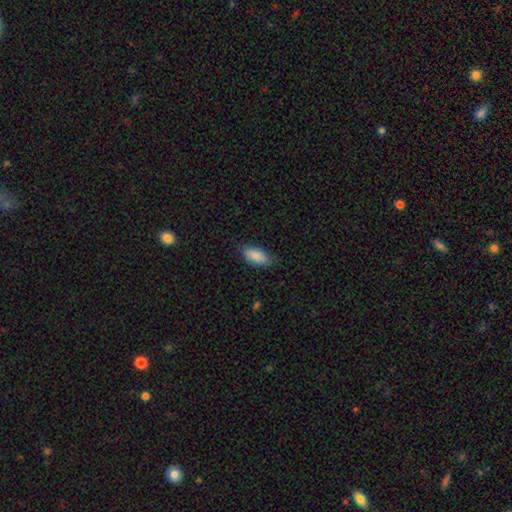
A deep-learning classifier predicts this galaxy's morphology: Smooth or featured: smooth — 87% (featured or disk — 7%)
How rounded: in between — 86% (cigar-shaped — 12%)
Merging: none — 80% (minor disturbance — 16%)